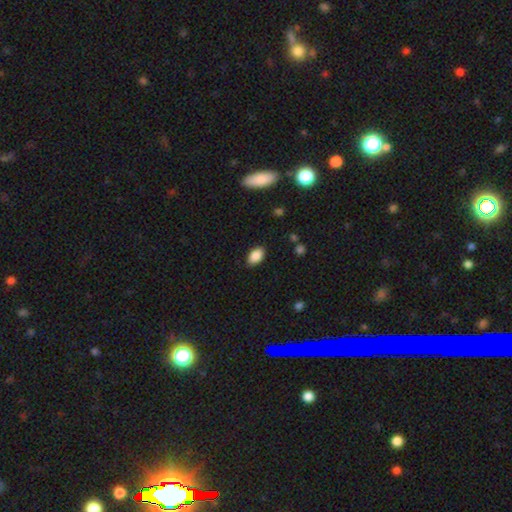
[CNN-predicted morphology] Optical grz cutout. It shows a smooth galaxy with no disk features (88%) that is in between round and cigar-shaped (91%). Merging: none (85%).